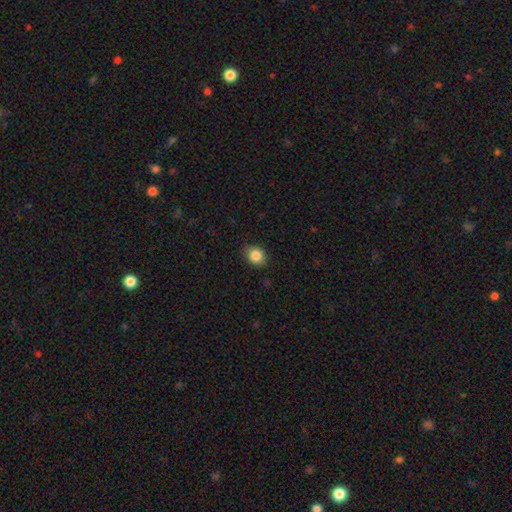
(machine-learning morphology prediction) Smooth or featured?
  - smooth: 85% *
  - star or artifact: 10%
  - featured or disk: 6%
How rounded?
  - round: 53% *
  - in between: 46%
  - cigar-shaped: 1%
Merging?
  - none: 84% *
  - minor disturbance: 13%
  - major disturbance: 2%
  - merger: 1%